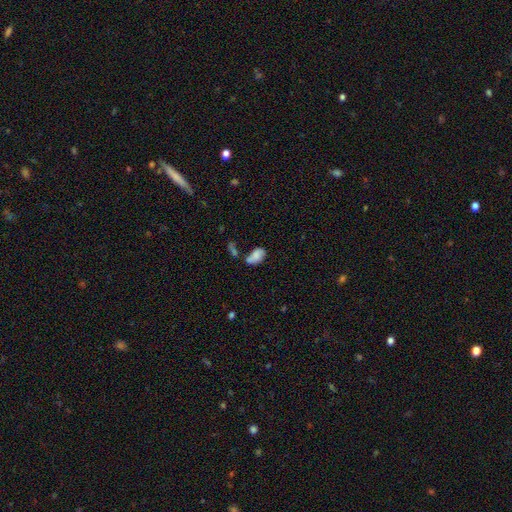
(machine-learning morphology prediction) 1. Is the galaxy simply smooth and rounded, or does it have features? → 71% smooth, 19% featured or disk, 10% star or artifact.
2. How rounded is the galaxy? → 90% in between, 7% round, 2% cigar-shaped.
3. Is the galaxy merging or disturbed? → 33% merger, 32% none, 21% minor disturbance, 14% major disturbance.